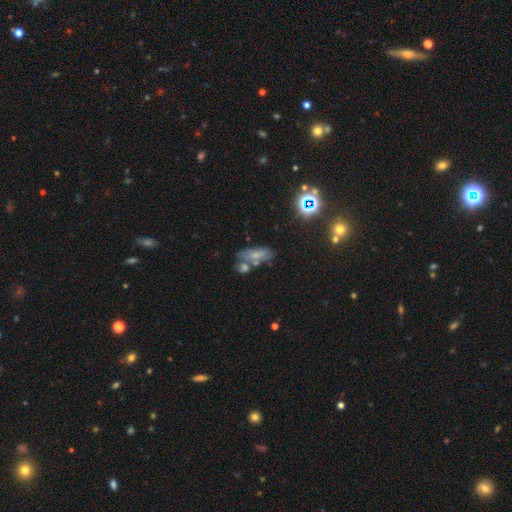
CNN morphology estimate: Smooth or featured: smooth — 56% (featured or disk — 25%)
How rounded: in between — 75% (cigar-shaped — 17%)
Merging: none — 48% (merger — 27%)